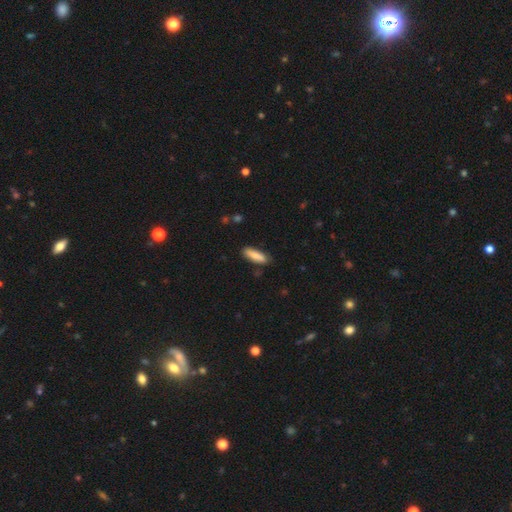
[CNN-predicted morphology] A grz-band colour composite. It shows a smooth galaxy with no disk features (85%) that is cigar-shaped (51%). Merging: none (81%).